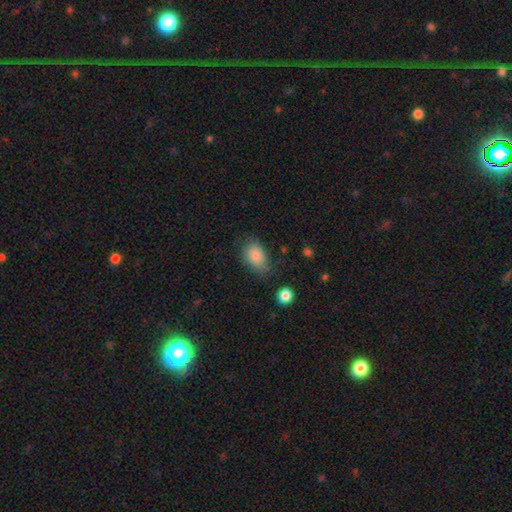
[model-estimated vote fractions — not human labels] smooth_or_featured: smooth (p=0.84) [alt: featured or disk p=0.08]
how_rounded: in between (p=0.85) [alt: round p=0.14]
merging: none (p=0.60) [alt: minor disturbance p=0.28]